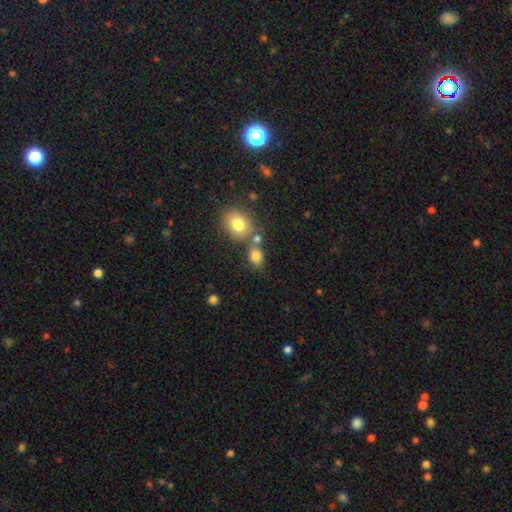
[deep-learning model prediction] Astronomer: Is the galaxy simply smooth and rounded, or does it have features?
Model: smooth — 81%.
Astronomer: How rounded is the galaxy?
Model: in between — 66%.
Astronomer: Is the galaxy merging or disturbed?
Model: none — 54%.